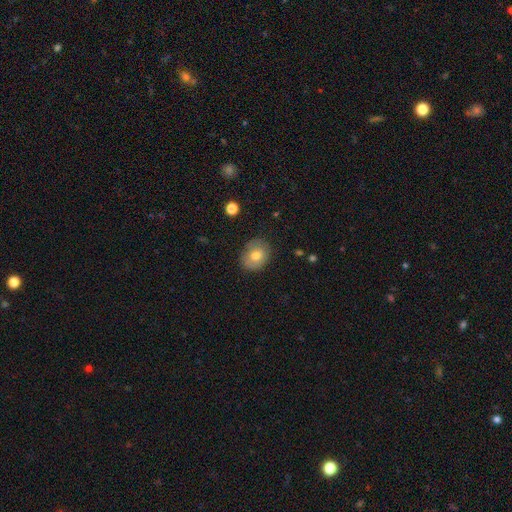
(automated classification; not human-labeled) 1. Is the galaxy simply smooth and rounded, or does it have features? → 75% smooth, 17% featured or disk, 8% star or artifact.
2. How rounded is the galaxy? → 51% in between, 48% round, 1% cigar-shaped.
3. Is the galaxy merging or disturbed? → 79% none, 16% minor disturbance, 4% major disturbance, 1% merger.